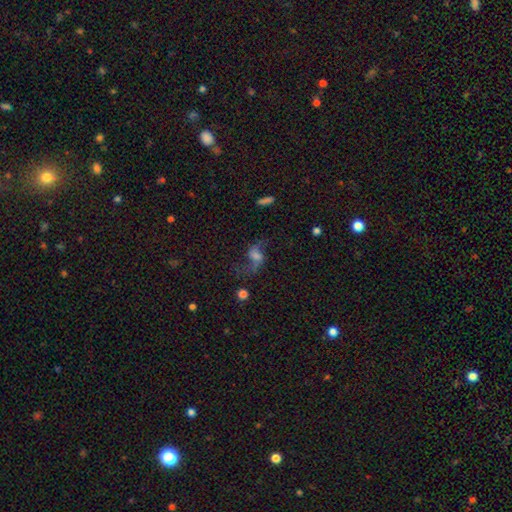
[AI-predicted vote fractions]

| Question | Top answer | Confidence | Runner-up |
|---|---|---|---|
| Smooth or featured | featured or disk | 69% | smooth (18%) |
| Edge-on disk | no | 95% | yes (5%) |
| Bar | no | 45% | weak (41%) |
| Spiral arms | yes | 91% | no (9%) |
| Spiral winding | loose | 85% | medium (12%) |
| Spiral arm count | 2 | 89% | 1 (5%) |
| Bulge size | moderate | 34% | small (26%) |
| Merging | none | 61% | major disturbance (19%) |